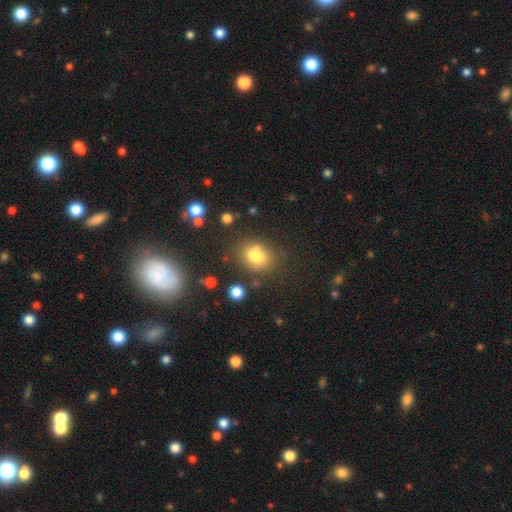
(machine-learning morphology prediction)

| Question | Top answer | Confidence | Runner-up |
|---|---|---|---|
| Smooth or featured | smooth | 74% | star or artifact (13%) |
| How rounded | in between | 60% | round (38%) |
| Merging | none | 55% | minor disturbance (19%) |